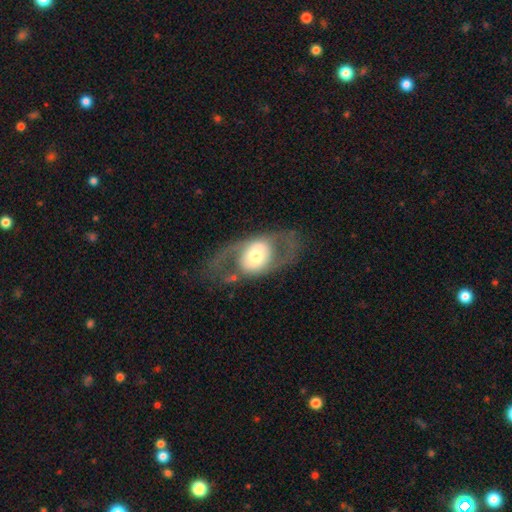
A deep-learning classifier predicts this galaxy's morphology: Q: Smooth or featured?
A: featured or disk (65%); runner-up: smooth (29%)
Q: Edge-on disk?
A: no (90%); runner-up: yes (10%)
Q: Bar?
A: no (64%); runner-up: weak (22%)
Q: Spiral arms?
A: no (55%); runner-up: yes (45%)
Q: Bulge size?
A: moderate (55%); runner-up: large (27%)
Q: Merging?
A: none (67%); runner-up: major disturbance (16%)